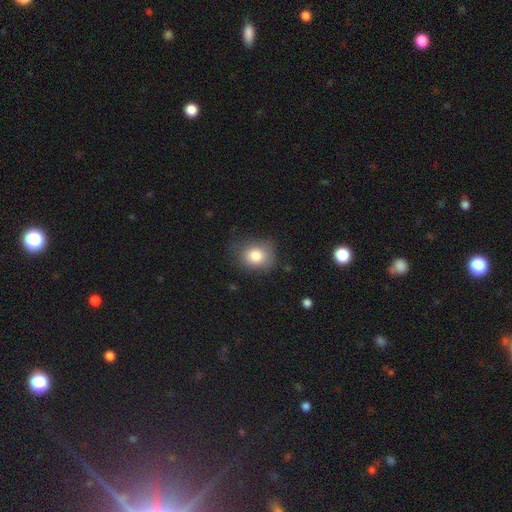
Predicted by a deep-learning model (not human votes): Q: Smooth or featured?
A: smooth (81%); runner-up: featured or disk (9%)
Q: How rounded?
A: round (63%); runner-up: in between (36%)
Q: Merging?
A: none (64%); runner-up: minor disturbance (25%)